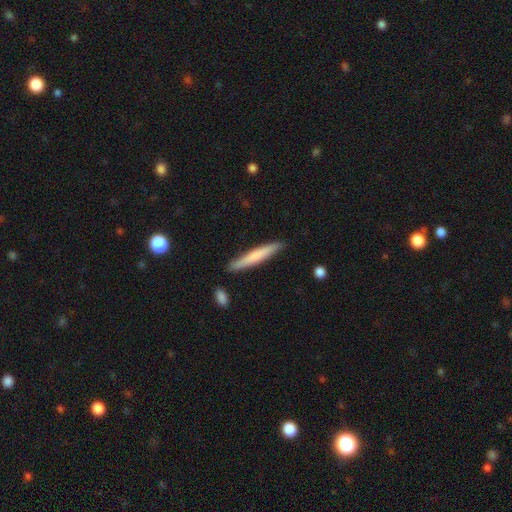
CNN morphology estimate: Smooth or featured?
  - smooth: 67% *
  - featured or disk: 28%
  - star or artifact: 5%
How rounded?
  - cigar-shaped: 95% *
  - in between: 4%
  - round: 1%
Merging?
  - none: 86% *
  - minor disturbance: 10%
  - merger: 2%
  - major disturbance: 2%